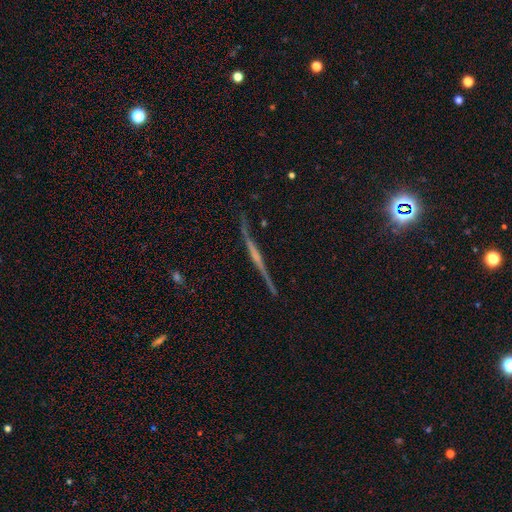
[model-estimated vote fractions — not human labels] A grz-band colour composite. It shows a featured or disk galaxy (77%) viewed edge-on (97%) with no central bulge (50%). Merging: none (87%).